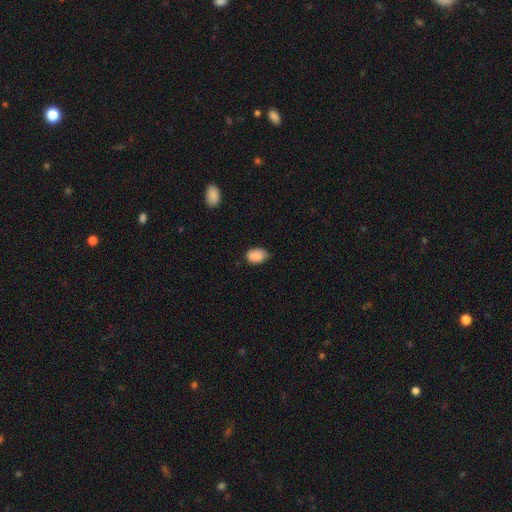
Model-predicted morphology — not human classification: A smooth galaxy with no disk features (87%) that is in between round and cigar-shaped (80%).

Vote fractions:
- Smooth or featured? smooth: 87% / star or artifact: 8% / featured or disk: 5%
- How rounded? in between: 80% / round: 19% / cigar-shaped: 1%
- Merging? none: 63% / minor disturbance: 31% / major disturbance: 5% / merger: 1%